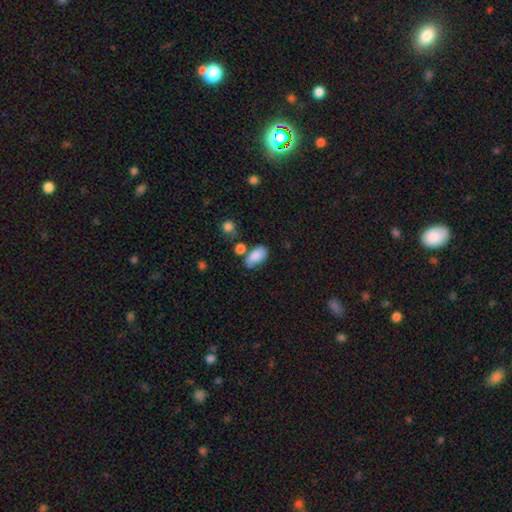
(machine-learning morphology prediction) The model was most divided on "merging": none: 51%, minor disturbance: 26%, merger: 14%, major disturbance: 9%. More confident: how rounded — in between (92%); smooth or featured — smooth (82%).